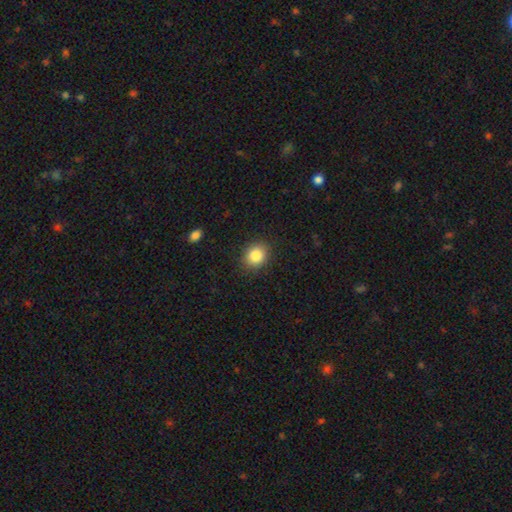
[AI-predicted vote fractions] Overall: smooth (85%). How rounded: round (64%; in between 35%). Merging: none (88%).